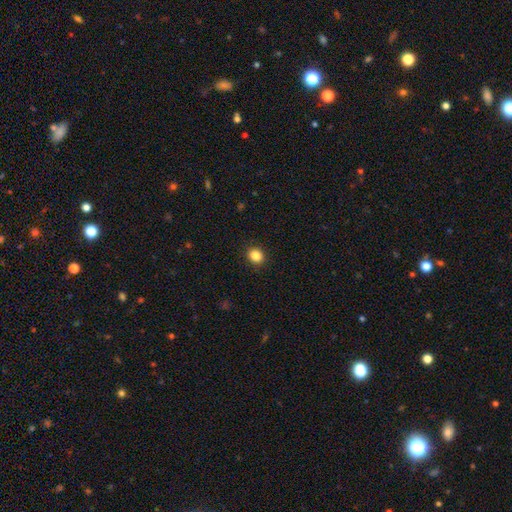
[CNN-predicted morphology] Smooth or featured: smooth — 86% (star or artifact — 10%)
How rounded: round — 69% (in between — 30%)
Merging: none — 91% (minor disturbance — 6%)